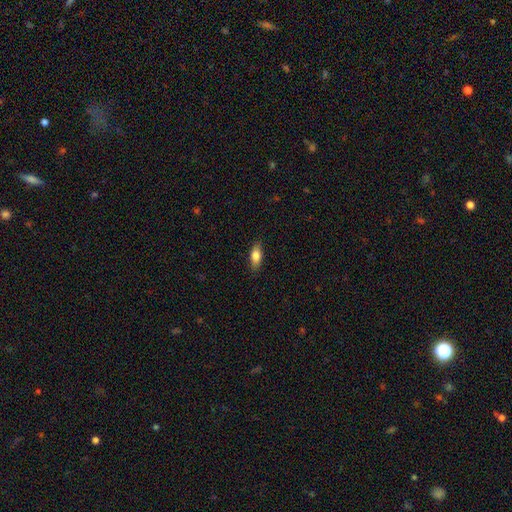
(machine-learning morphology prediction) Overall: smooth (76%). How rounded: in between (74%). Merging: none (87%).